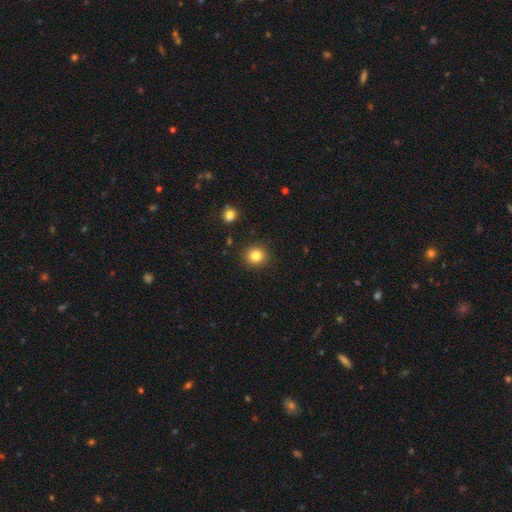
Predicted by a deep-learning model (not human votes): Overall: smooth (83%). How rounded: round (85%). Merging: none (90%).